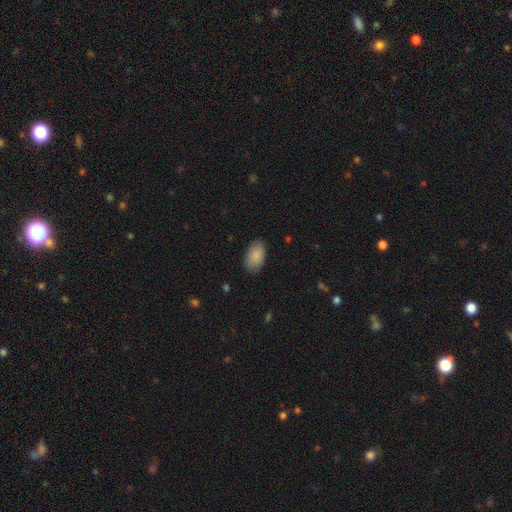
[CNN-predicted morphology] Smooth or featured?
  - smooth: 88% *
  - star or artifact: 6%
  - featured or disk: 5%
How rounded?
  - in between: 94% *
  - round: 5%
  - cigar-shaped: 1%
Merging?
  - none: 85% *
  - minor disturbance: 11%
  - major disturbance: 3%
  - merger: 1%